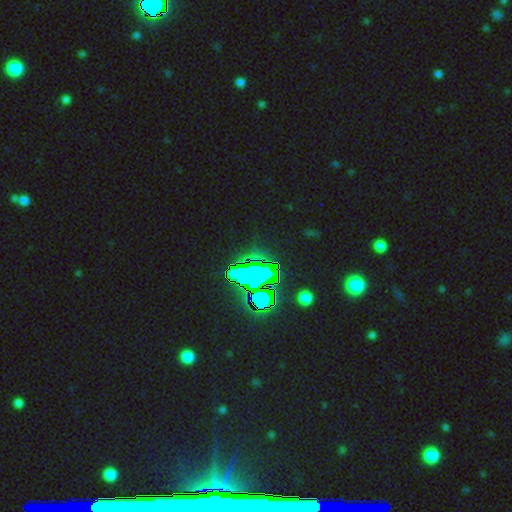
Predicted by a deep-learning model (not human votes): smooth-or-featured: star or artifact: 82% | smooth: 9% | featured or disk: 8%